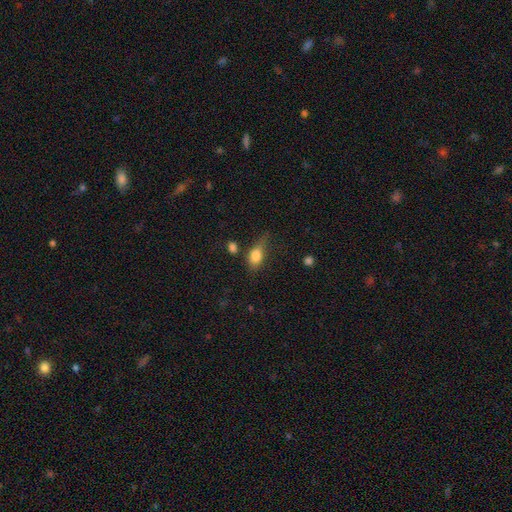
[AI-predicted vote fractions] Smooth or featured?
  - smooth: 81% *
  - featured or disk: 10%
  - star or artifact: 9%
How rounded?
  - in between: 81% *
  - round: 12%
  - cigar-shaped: 6%
Merging?
  - none: 43% *
  - minor disturbance: 34%
  - major disturbance: 17%
  - merger: 7%